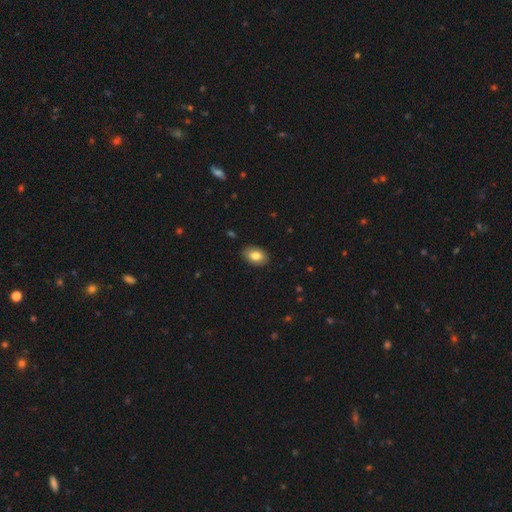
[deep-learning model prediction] A smooth galaxy with no disk features (82%) that is in between round and cigar-shaped (87%). Merging: none (88%).